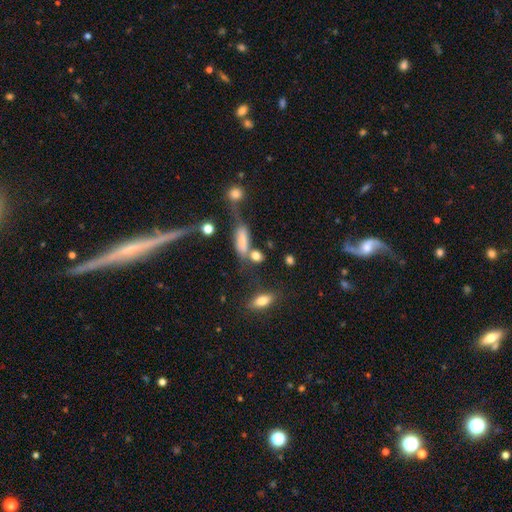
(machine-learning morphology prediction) Overall: smooth (75%). How rounded: in between (59%; round 20%). Merging: none (45%; merger 29%).